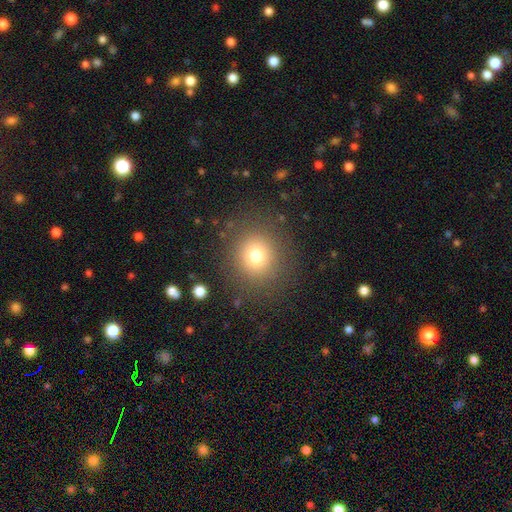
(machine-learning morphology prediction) type=smooth (75%); roundness=round (87%); merging=none (85%).